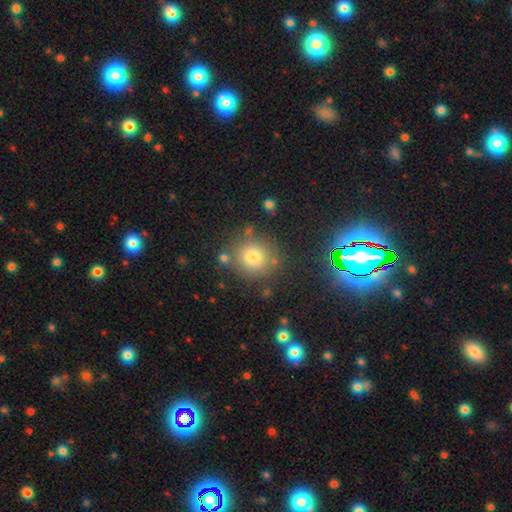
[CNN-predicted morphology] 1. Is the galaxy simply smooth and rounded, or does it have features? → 76% smooth, 15% star or artifact, 9% featured or disk.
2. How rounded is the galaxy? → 88% round, 11% in between, 1% cigar-shaped.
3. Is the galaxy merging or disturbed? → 78% none, 11% minor disturbance, 7% merger, 4% major disturbance.